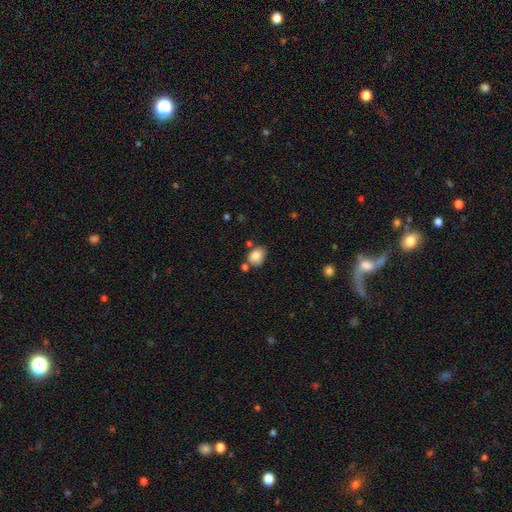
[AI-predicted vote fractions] Q: Smooth or featured?
A: smooth (83%); runner-up: star or artifact (9%)
Q: How rounded?
A: in between (63%); runner-up: round (36%)
Q: Merging?
A: none (63%); runner-up: minor disturbance (19%)